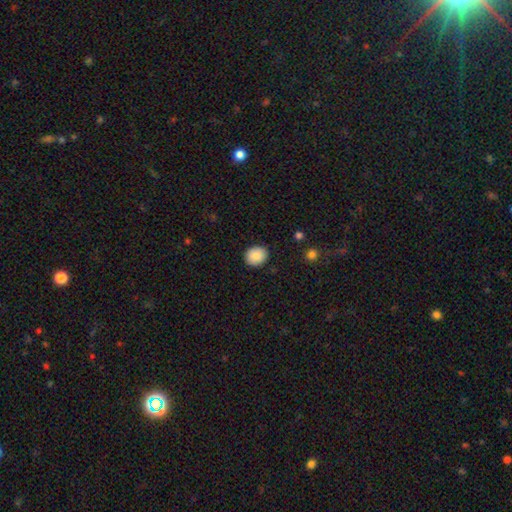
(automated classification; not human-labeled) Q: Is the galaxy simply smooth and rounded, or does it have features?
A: smooth — 88%.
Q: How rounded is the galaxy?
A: round — 66%.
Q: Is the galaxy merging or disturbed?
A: none — 89%.